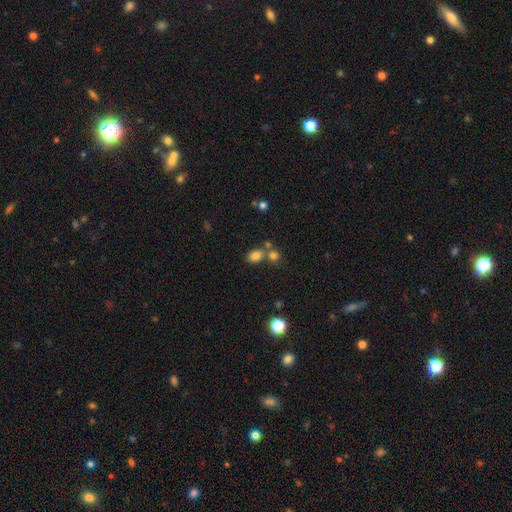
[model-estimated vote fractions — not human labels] This appears to be a smooth galaxy with no disk features (79%) that is in between round and cigar-shaped (69%). Merging: none (55%).